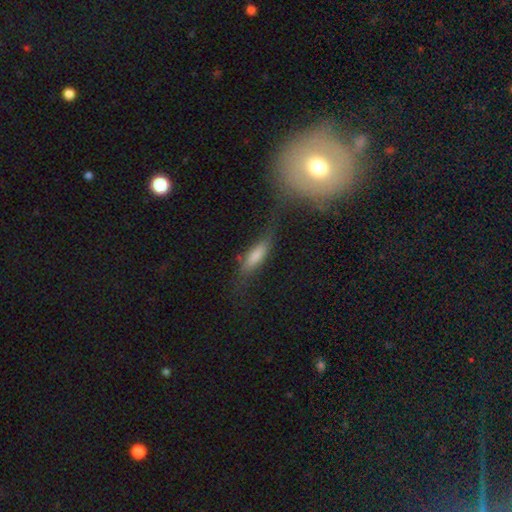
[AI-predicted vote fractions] smooth_or_featured: smooth (p=0.70) [alt: featured or disk p=0.21]
how_rounded: cigar-shaped (p=0.57) [alt: in between p=0.39]
merging: none (p=0.51) [alt: minor disturbance p=0.22]